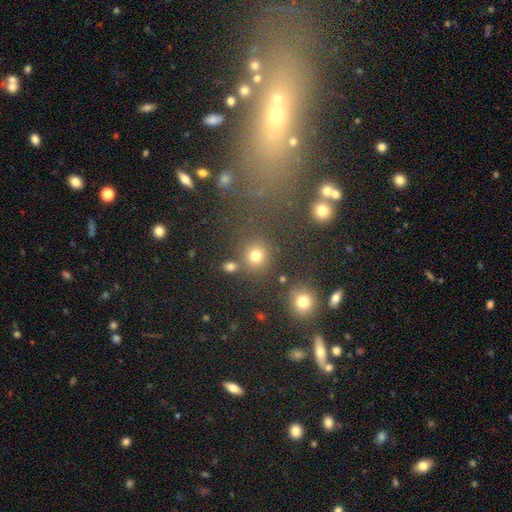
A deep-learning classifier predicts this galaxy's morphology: This is likely a smooth galaxy (75%). How rounded: clearly round (87%). Merging: likely none (77%).